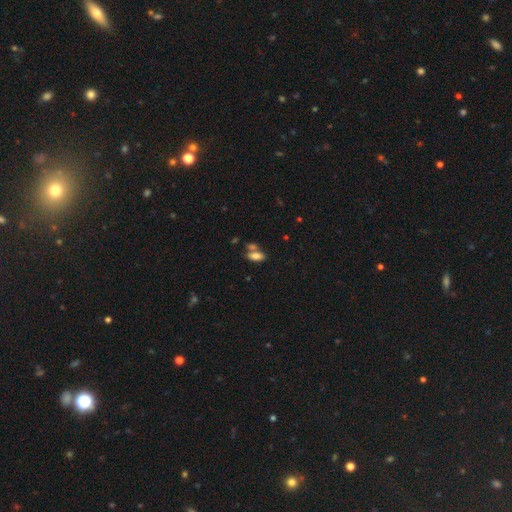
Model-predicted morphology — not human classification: A smooth galaxy with no disk features (80%) that is in between round and cigar-shaped (85%).

Vote fractions:
- Smooth or featured? smooth: 80% / featured or disk: 10% / star or artifact: 10%
- How rounded? in between: 85% / cigar-shaped: 11% / round: 4%
- Merging? none: 52% / merger: 32% / minor disturbance: 12% / major disturbance: 4%